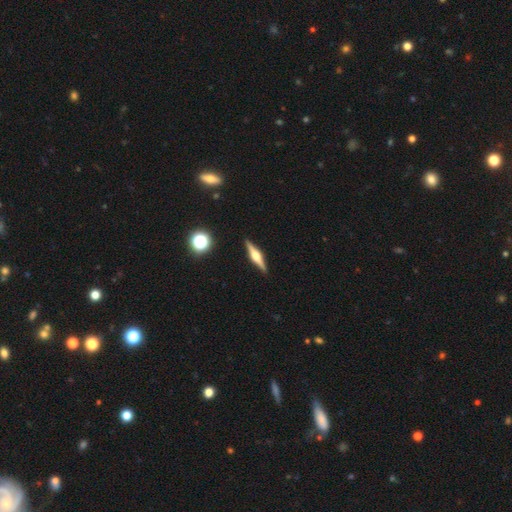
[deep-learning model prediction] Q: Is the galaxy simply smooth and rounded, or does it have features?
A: featured or disk — 77%.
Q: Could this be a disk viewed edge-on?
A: yes — 98%.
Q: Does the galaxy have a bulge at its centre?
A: rounded — 92%.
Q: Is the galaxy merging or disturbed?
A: none — 91%.